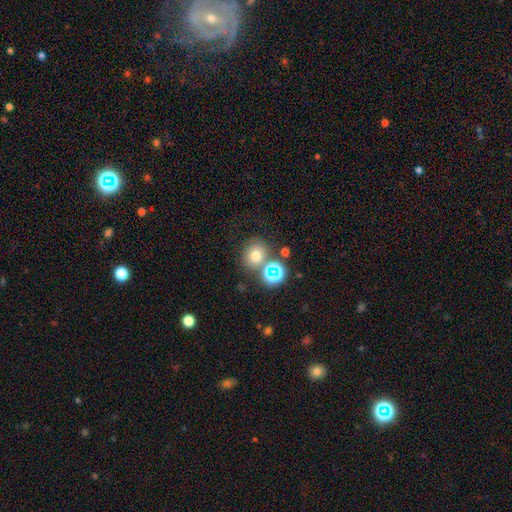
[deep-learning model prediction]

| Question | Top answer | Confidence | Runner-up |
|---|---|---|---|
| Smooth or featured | smooth | 69% | star or artifact (20%) |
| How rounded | round | 75% | in between (24%) |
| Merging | none | 65% | merger (20%) |